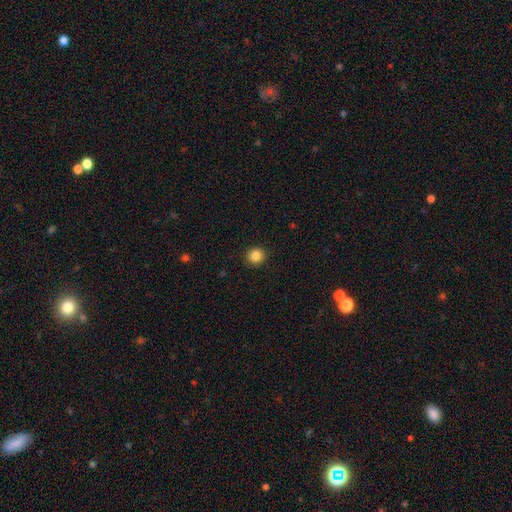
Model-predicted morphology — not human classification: Overall: smooth (85%). How rounded: round (88%). Merging: none (91%).